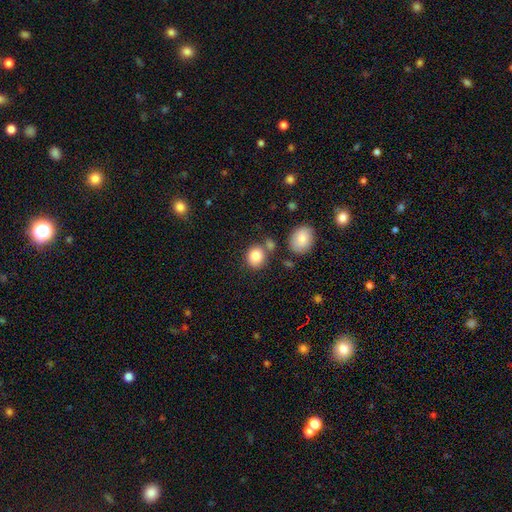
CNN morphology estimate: smooth-or-featured: smooth: 84% | star or artifact: 9% | featured or disk: 7%
  how-rounded: round: 73% | in between: 26% | cigar-shaped: 1%
  merging: none: 71% | merger: 14% | minor disturbance: 11% | major disturbance: 4%